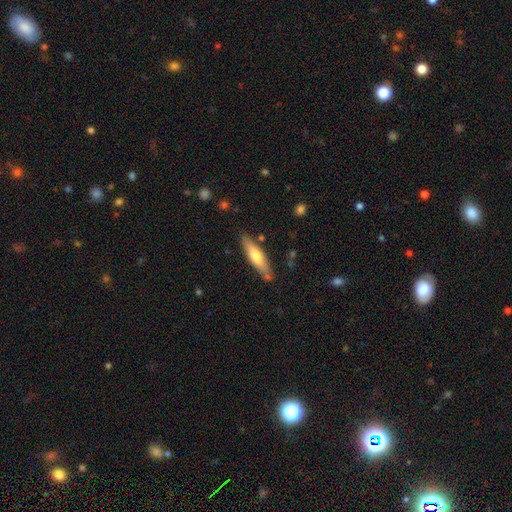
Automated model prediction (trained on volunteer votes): smooth_or_featured: smooth (p=0.59) [alt: featured or disk p=0.36]
how_rounded: cigar-shaped (p=0.72) [alt: in between p=0.26]
merging: none (p=0.80) [alt: minor disturbance p=0.13]